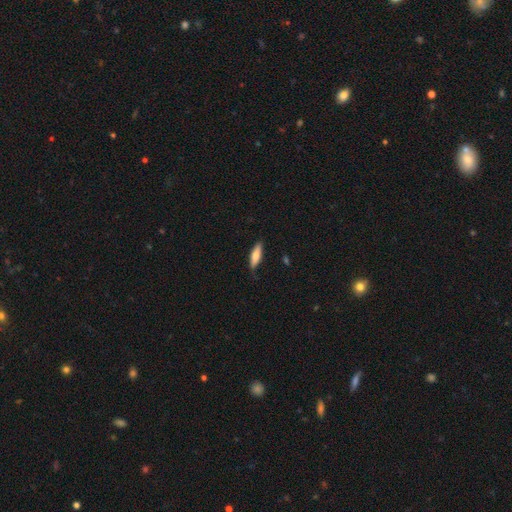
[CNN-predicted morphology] type=smooth (69%); roundness=cigar-shaped (59%); merging=none (81%).